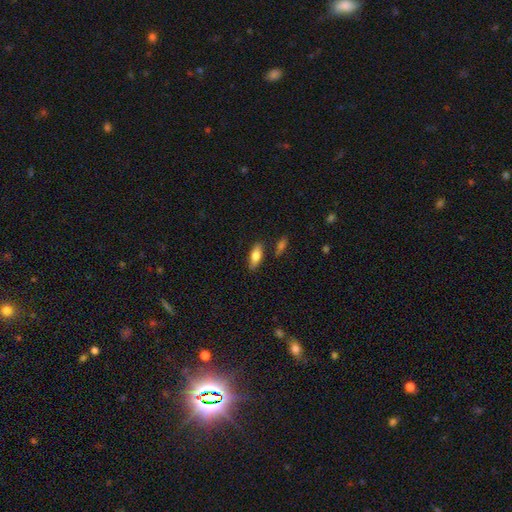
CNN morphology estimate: The model was most divided on "smooth or featured": smooth: 73%, featured or disk: 21%, star or artifact: 7%. More confident: merging — none (82%); how rounded — in between (77%).